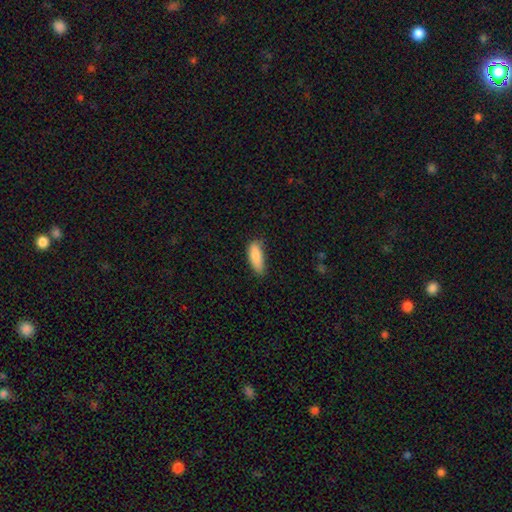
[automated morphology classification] A smooth galaxy with no disk features (86%) that is in between round and cigar-shaped (67%).

Vote fractions:
- Smooth or featured? smooth: 86% / featured or disk: 7% / star or artifact: 6%
- How rounded? in between: 67% / cigar-shaped: 31% / round: 2%
- Merging? none: 68% / minor disturbance: 26% / major disturbance: 4% / merger: 2%